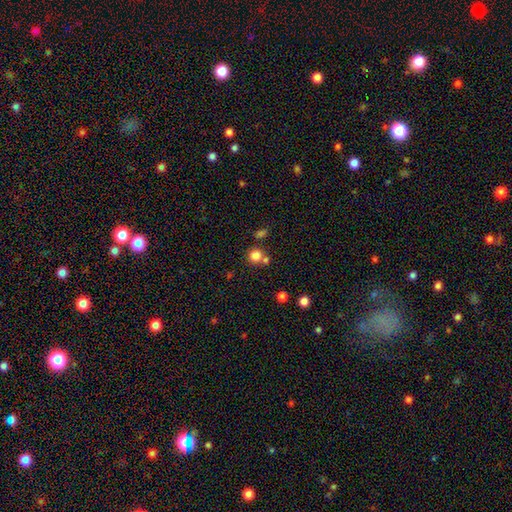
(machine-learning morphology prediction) smooth_or_featured: smooth (p=0.80) [alt: star or artifact p=0.13]
how_rounded: round (p=0.90) [alt: in between p=0.09]
merging: none (p=0.64) [alt: merger p=0.24]